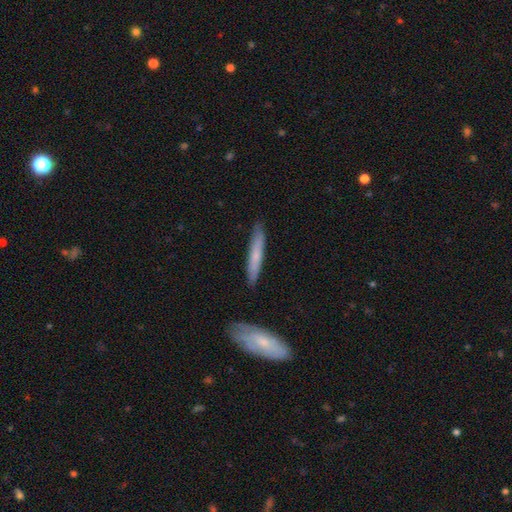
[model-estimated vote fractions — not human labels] smooth-or-featured: smooth: 63% | featured or disk: 32% | star or artifact: 6%
  how-rounded: cigar-shaped: 93% | in between: 6% | round: 1%
  merging: none: 86% | minor disturbance: 10% | merger: 3% | major disturbance: 2%